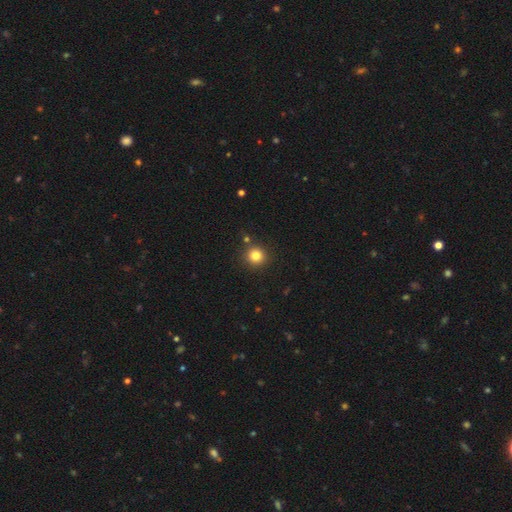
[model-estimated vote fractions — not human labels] The model was most divided on "smooth or featured": smooth: 82%, star or artifact: 13%, featured or disk: 6%. More confident: how rounded — round (94%); merging — none (87%).